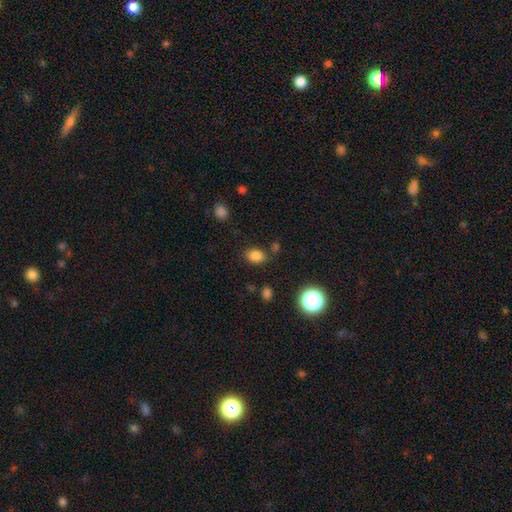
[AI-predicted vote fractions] A smooth galaxy with no disk features (83%) that is in between round and cigar-shaped (74%). Merging: none (79%).